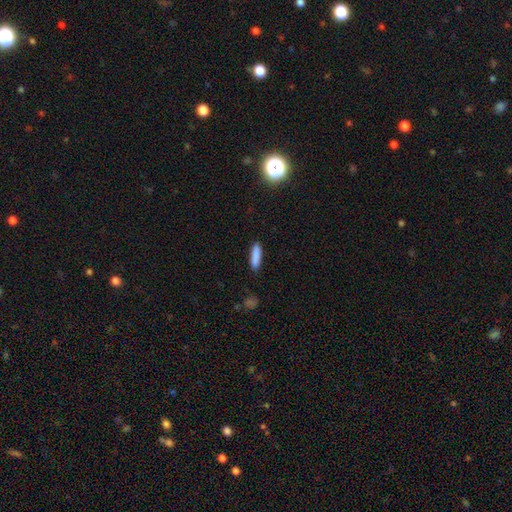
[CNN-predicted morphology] type=smooth (87%); roundness=cigar-shaped (77%); merging=none (89%).